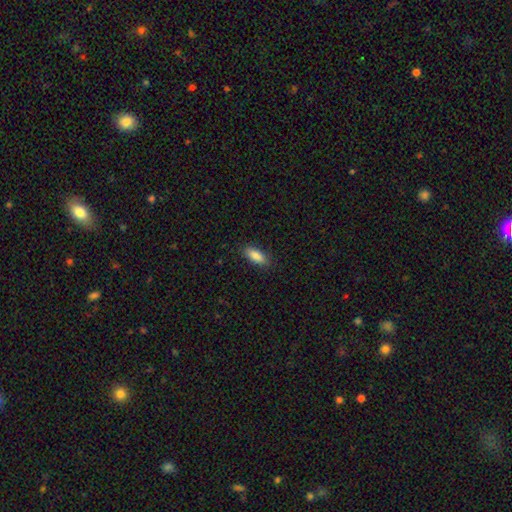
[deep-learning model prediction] Morphology: type=smooth (87%); roundness=in between (78%); merging=none (87%).